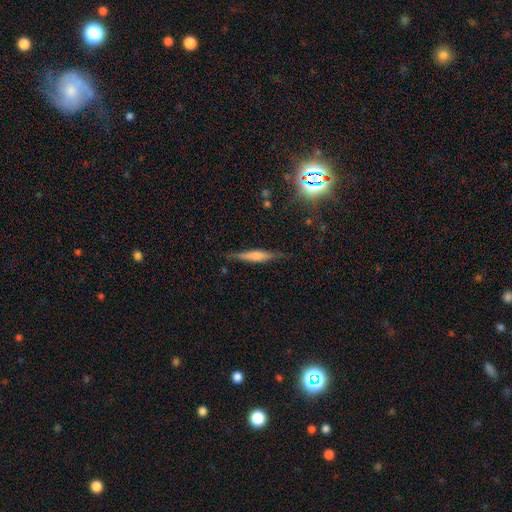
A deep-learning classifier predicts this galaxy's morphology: Q: Smooth or featured?
A: smooth (51%); runner-up: featured or disk (42%)
Q: How rounded?
A: cigar-shaped (88%); runner-up: in between (11%)
Q: Merging?
A: none (81%); runner-up: minor disturbance (14%)